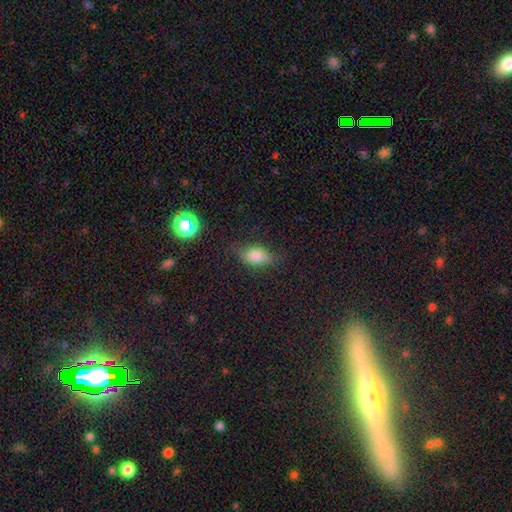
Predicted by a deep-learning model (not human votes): smooth_or_featured: smooth (p=0.78) [alt: star or artifact p=0.12]
how_rounded: in between (p=0.85) [alt: round p=0.10]
merging: none (p=0.71) [alt: minor disturbance p=0.21]